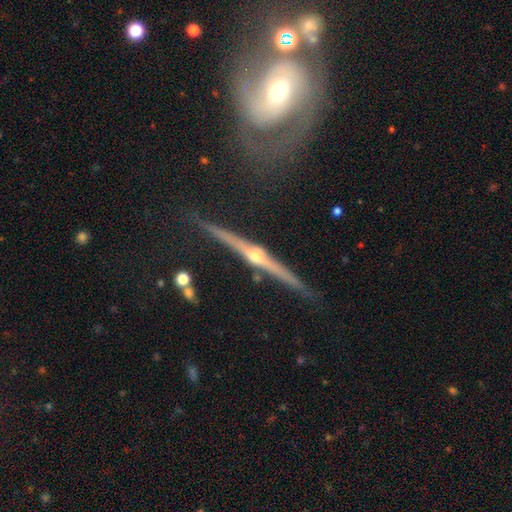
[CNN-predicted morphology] Q: Smooth or featured?
A: featured or disk (84%); runner-up: smooth (8%)
Q: Edge-on disk?
A: yes (98%); runner-up: no (2%)
Q: Edge-on bulge?
A: rounded (91%); runner-up: none (5%)
Q: Merging?
A: none (87%); runner-up: minor disturbance (8%)